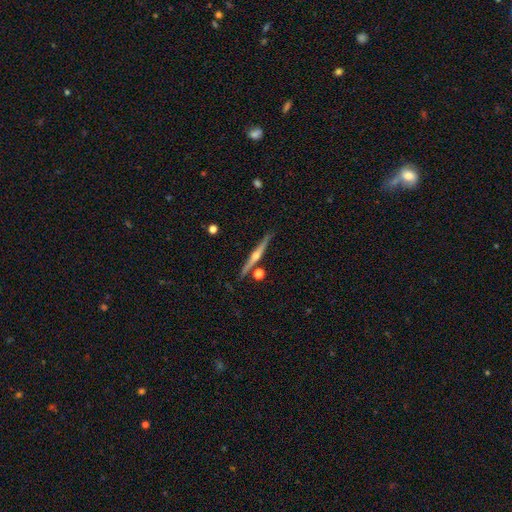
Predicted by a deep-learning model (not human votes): Q: Smooth or featured?
A: featured or disk (79%); runner-up: smooth (15%)
Q: Edge-on disk?
A: yes (98%); runner-up: no (2%)
Q: Edge-on bulge?
A: rounded (91%); runner-up: none (6%)
Q: Merging?
A: none (87%); runner-up: minor disturbance (8%)